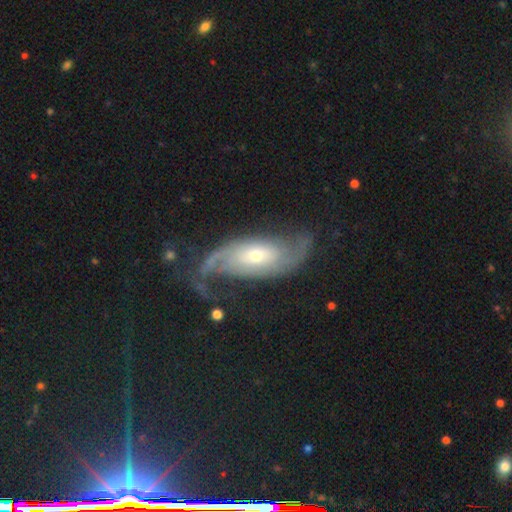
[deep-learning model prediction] featured or disk 82%, smooth 10%, star or artifact 8%. Down the decision tree: edge-on disk — no (93%); bar — no (59%); spiral arms — yes (95%); spiral arm count — 2 (85%); spiral winding — loose (40%); bulge size — small (51%); merging — none (62%).